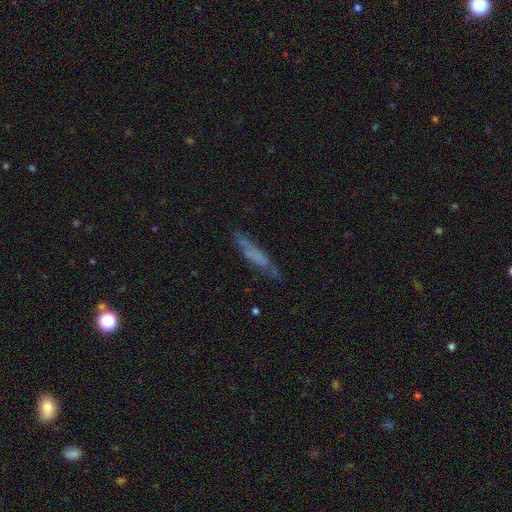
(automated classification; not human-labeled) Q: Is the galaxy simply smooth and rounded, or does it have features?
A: smooth — 48%.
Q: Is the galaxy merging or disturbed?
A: none — 62%.